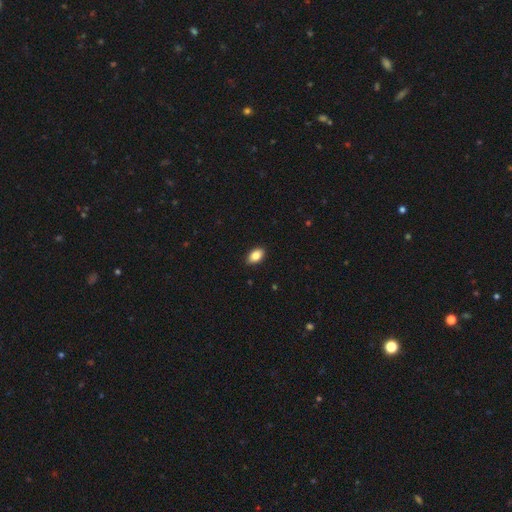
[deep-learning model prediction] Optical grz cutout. It shows a smooth galaxy with no disk features (85%) that is in between round and cigar-shaped (90%). Merging: none (87%).